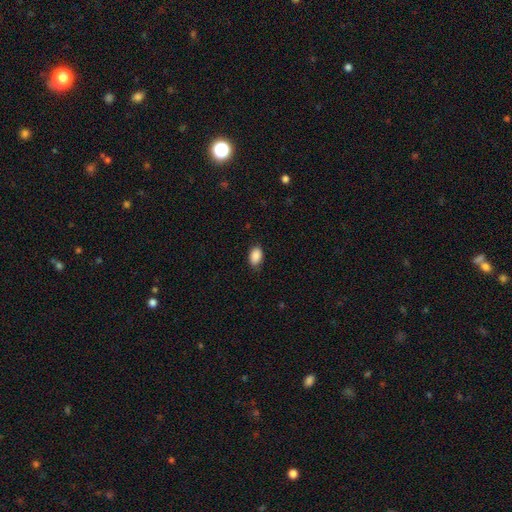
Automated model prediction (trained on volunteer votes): Overall: smooth (90%). How rounded: in between (90%). Merging: none (80%).